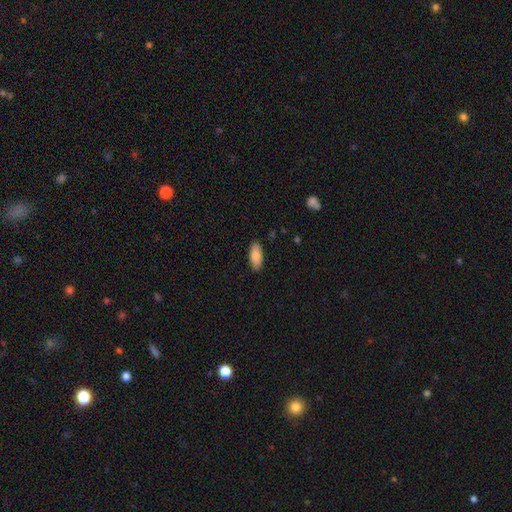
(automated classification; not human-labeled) Q: Smooth or featured?
A: smooth (87%); runner-up: featured or disk (7%)
Q: How rounded?
A: in between (84%); runner-up: cigar-shaped (14%)
Q: Merging?
A: none (89%); runner-up: minor disturbance (8%)